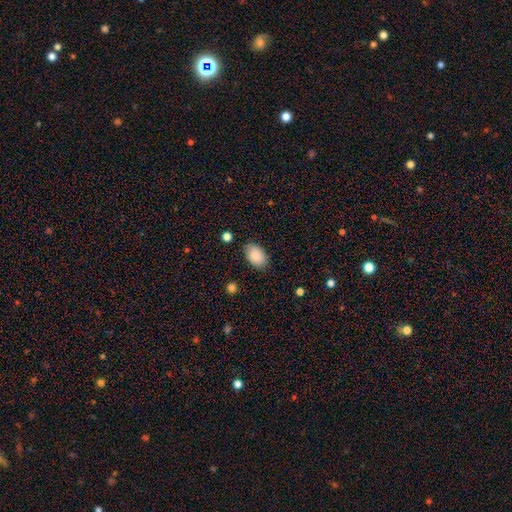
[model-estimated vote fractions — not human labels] smooth 83%, featured or disk 10%, star or artifact 7%. Down the decision tree: how rounded — in between (88%); merging — none (81%).